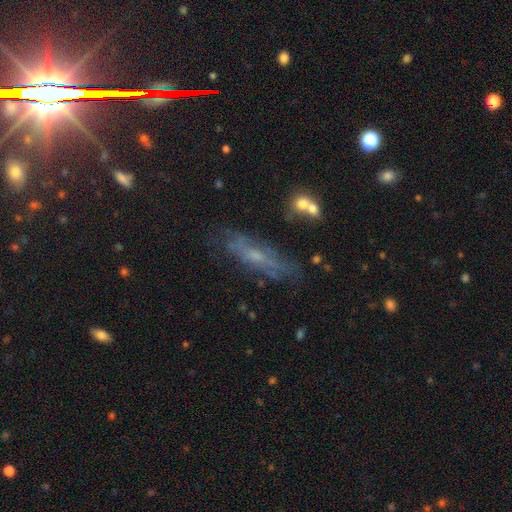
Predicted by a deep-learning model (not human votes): Smooth or featured? featured or disk (50%)
Merging? none (71%)